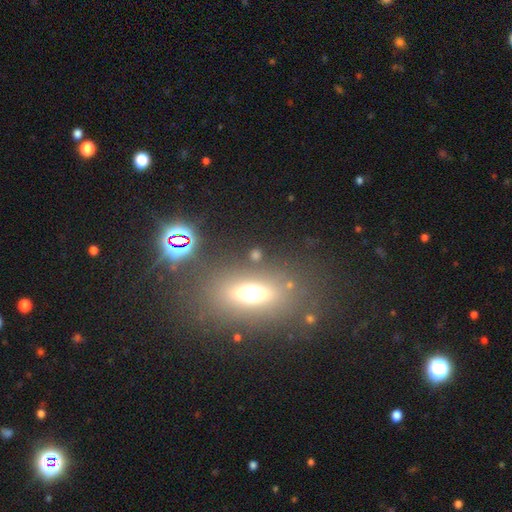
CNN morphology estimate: Overall: smooth (47%; star or artifact 29%). Merging: none (76%).